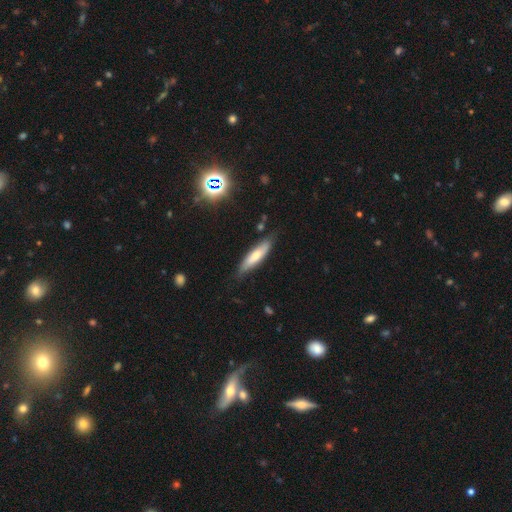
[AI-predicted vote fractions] Smooth or featured?
  - smooth: 62% *
  - featured or disk: 31%
  - star or artifact: 7%
How rounded?
  - cigar-shaped: 70% *
  - in between: 29%
  - round: 2%
Merging?
  - none: 79% *
  - minor disturbance: 16%
  - major disturbance: 3%
  - merger: 2%